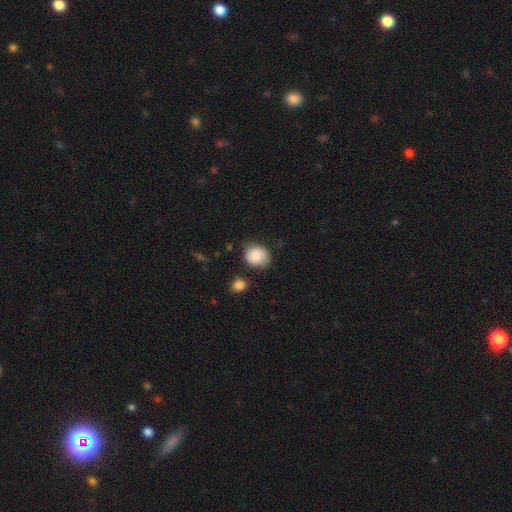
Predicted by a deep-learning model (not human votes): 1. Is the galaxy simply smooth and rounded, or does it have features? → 84% smooth, 8% featured or disk, 8% star or artifact.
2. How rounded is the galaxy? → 71% round, 28% in between, 1% cigar-shaped.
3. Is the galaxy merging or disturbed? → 74% none, 18% minor disturbance, 4% major disturbance, 3% merger.